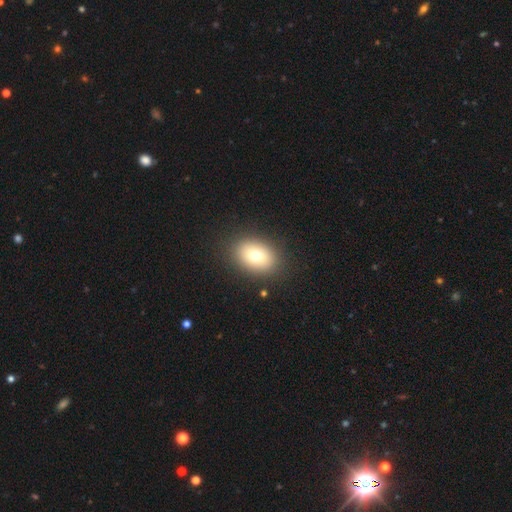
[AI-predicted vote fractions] Smooth or featured? smooth (75%)
How rounded? in between (67%)
Merging? none (87%)